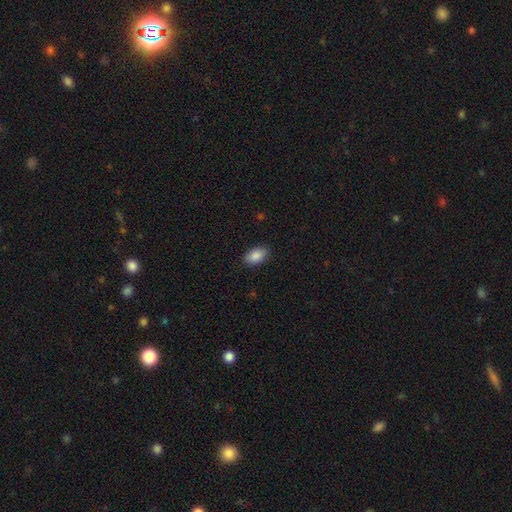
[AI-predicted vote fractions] This is clearly a smooth galaxy (89%). How rounded: clearly in between (92%). Merging: clearly none (86%).